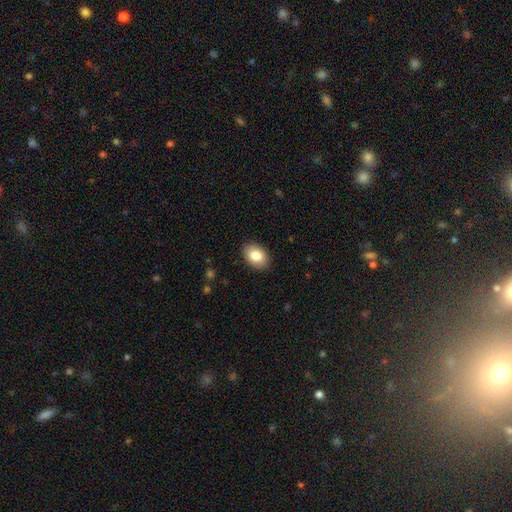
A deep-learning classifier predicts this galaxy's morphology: smooth 84%, featured or disk 9%, star or artifact 7%. Down the decision tree: how rounded — in between (80%); merging — none (89%).